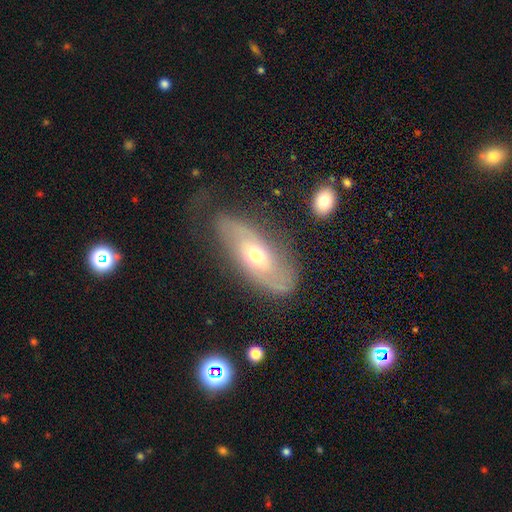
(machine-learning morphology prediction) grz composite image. It shows a featured or disk galaxy (66%) with no bar (69%), spiral arms (78%) and a moderate central bulge (65%). Merging: none (65%).